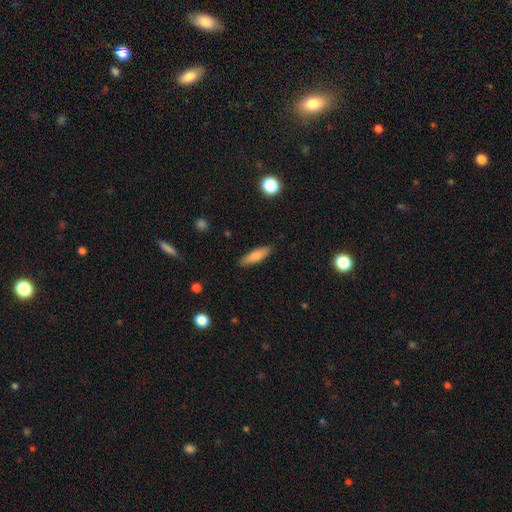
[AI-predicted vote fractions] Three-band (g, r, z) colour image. It shows a smooth galaxy with no disk features (80%) that is cigar-shaped (61%). Merging: none (87%).